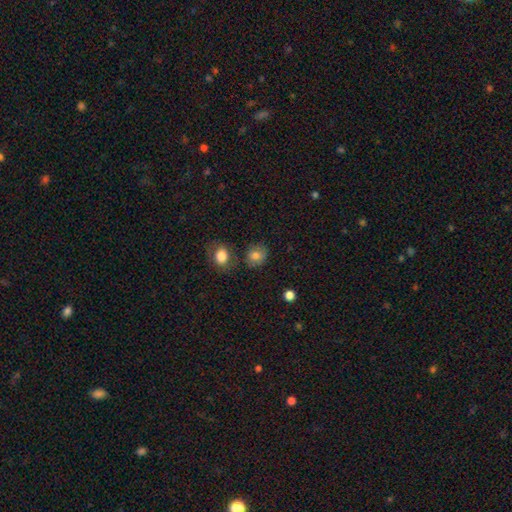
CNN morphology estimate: The model was most divided on "how rounded": round: 69%, in between: 30%, cigar-shaped: 1%. More confident: smooth or featured — smooth (80%); merging — none (71%).